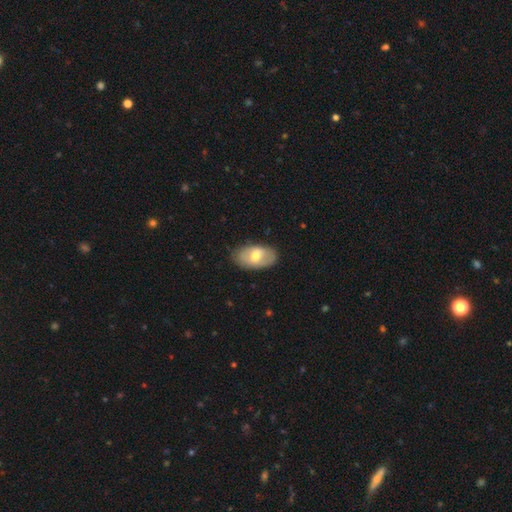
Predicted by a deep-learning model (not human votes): This is possibly a smooth galaxy (57%). How rounded: clearly in between (92%). Merging: clearly none (81%).